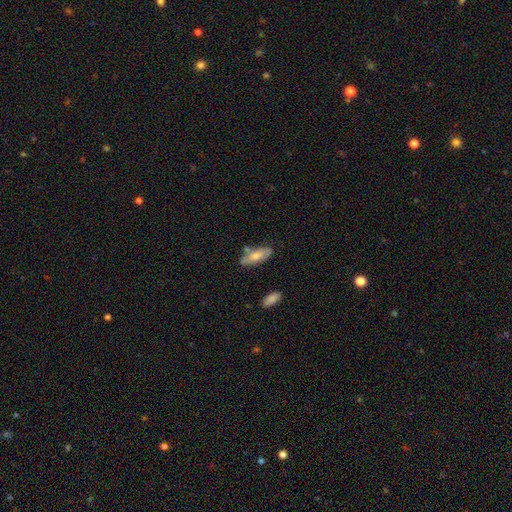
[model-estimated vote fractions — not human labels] Q: Smooth or featured?
A: smooth (64%); runner-up: featured or disk (30%)
Q: How rounded?
A: in between (71%); runner-up: cigar-shaped (26%)
Q: Merging?
A: none (65%); runner-up: minor disturbance (20%)